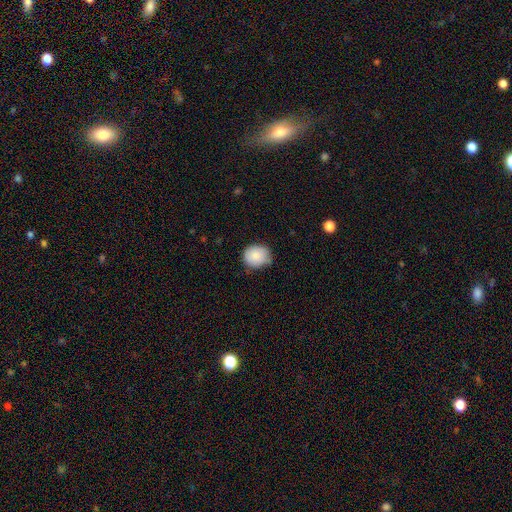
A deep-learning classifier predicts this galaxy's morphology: This is clearly a smooth galaxy (84%). How rounded: likely round (74%). Merging: likely none (66%).